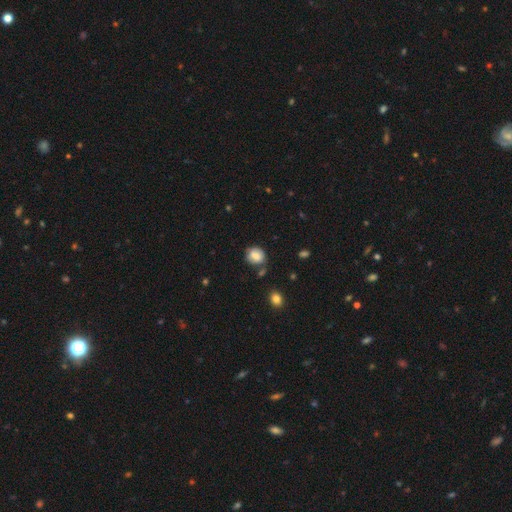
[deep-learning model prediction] A smooth galaxy with no disk features (75%) that is round (67%). Merging: none (66%).